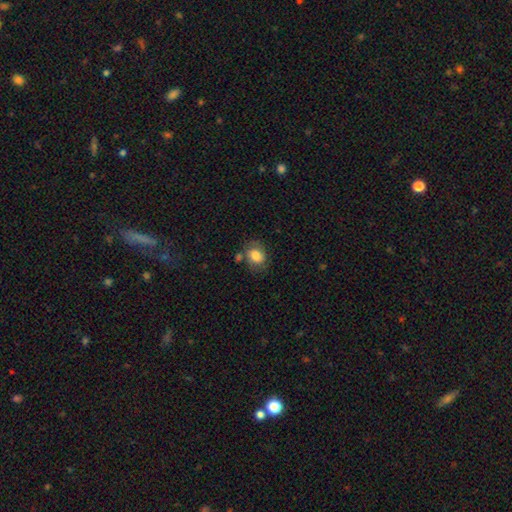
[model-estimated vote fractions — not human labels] Q: Smooth or featured?
A: smooth (76%); runner-up: featured or disk (16%)
Q: How rounded?
A: in between (54%); runner-up: round (45%)
Q: Merging?
A: none (61%); runner-up: minor disturbance (21%)